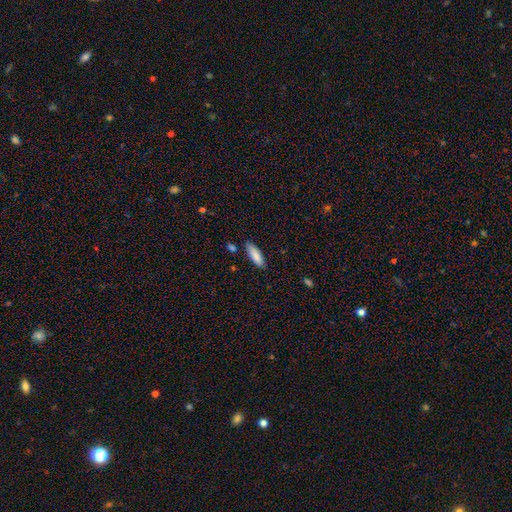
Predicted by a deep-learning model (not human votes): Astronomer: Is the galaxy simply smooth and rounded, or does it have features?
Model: smooth — 87%.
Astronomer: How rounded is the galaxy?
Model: in between — 54% (runner-up: cigar-shaped, 44%).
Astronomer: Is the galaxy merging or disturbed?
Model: none — 81%.